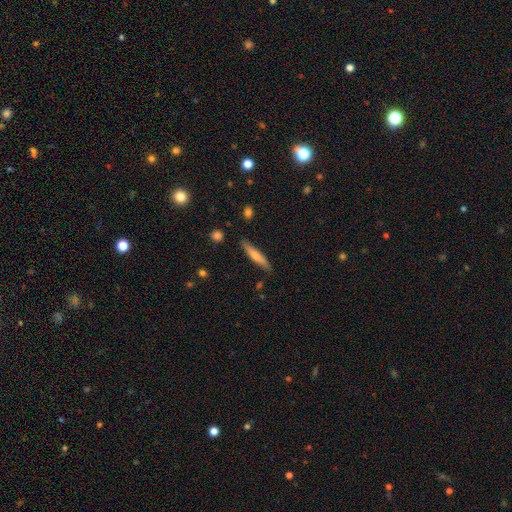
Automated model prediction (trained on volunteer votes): smooth 59%, featured or disk 35%, star or artifact 6%. Down the decision tree: how rounded — cigar-shaped (89%); merging — none (86%).